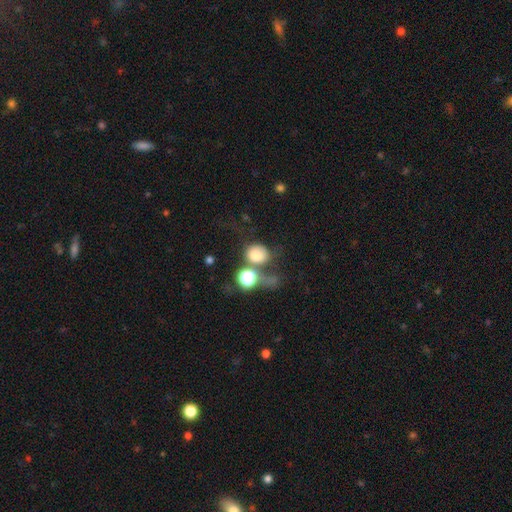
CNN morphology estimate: This appears to be a smooth galaxy with no disk features (72%) that is round (70%). Merging: none (34%).